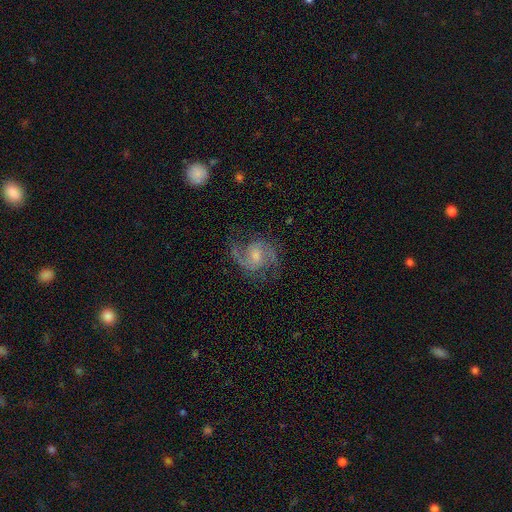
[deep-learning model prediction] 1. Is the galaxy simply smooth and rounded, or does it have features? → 85% featured or disk, 8% smooth, 6% star or artifact.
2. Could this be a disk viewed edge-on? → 98% no, 2% yes.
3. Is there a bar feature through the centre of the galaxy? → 51% weak, 40% no, 9% strong.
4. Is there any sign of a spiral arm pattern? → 97% yes, 3% no.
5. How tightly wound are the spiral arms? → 56% medium, 28% loose, 15% tight.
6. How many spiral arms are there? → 88% 2, 4% can't tell, 3% 1, 3% 3, 1% 4, 1% more than 4.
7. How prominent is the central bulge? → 48% moderate, 33% small, 11% none, 8% large, 1% dominant.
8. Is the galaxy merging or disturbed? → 71% none, 17% minor disturbance, 11% major disturbance, 1% merger.